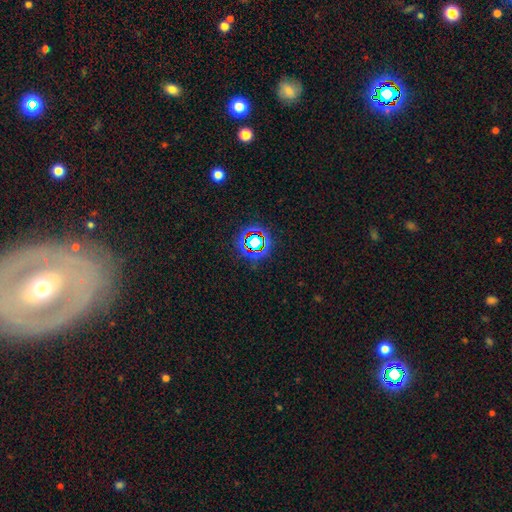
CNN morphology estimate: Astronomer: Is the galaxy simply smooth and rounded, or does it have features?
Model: star or artifact — 73%.